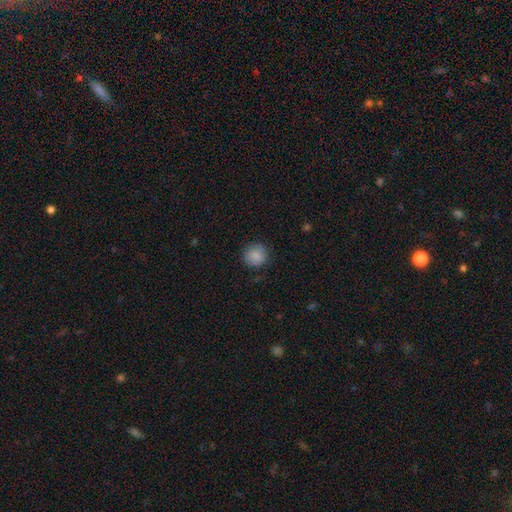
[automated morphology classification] smooth 85%, star or artifact 8%, featured or disk 7%. Down the decision tree: how rounded — round (89%); merging — none (84%).